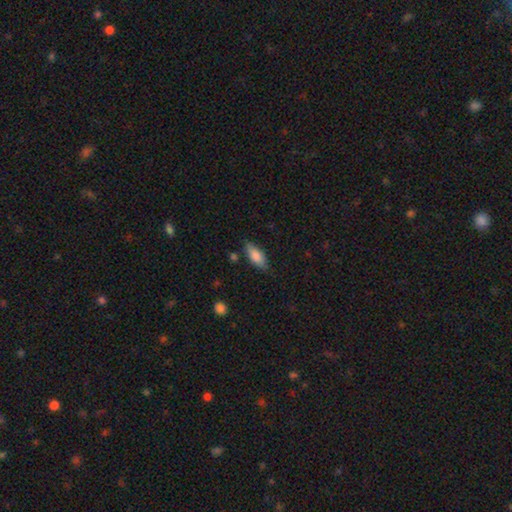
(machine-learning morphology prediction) A smooth galaxy with no disk features (80%) that is in between round and cigar-shaped (80%).

Vote fractions:
- Smooth or featured? smooth: 80% / featured or disk: 13% / star or artifact: 7%
- How rounded? in between: 80% / cigar-shaped: 18% / round: 2%
- Merging? none: 75% / minor disturbance: 19% / major disturbance: 4% / merger: 2%